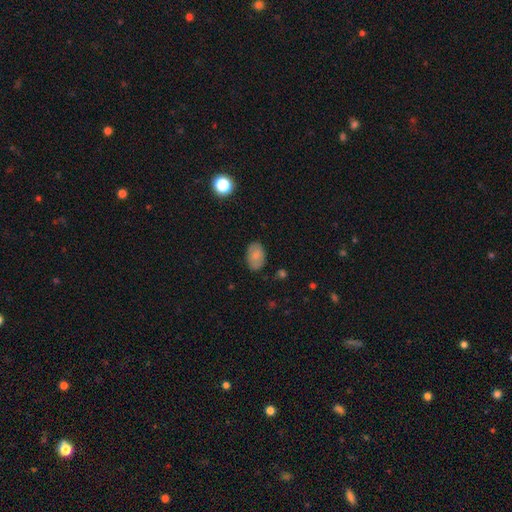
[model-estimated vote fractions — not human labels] Morphology: type=smooth (80%); roundness=in between (88%); merging=none (83%).